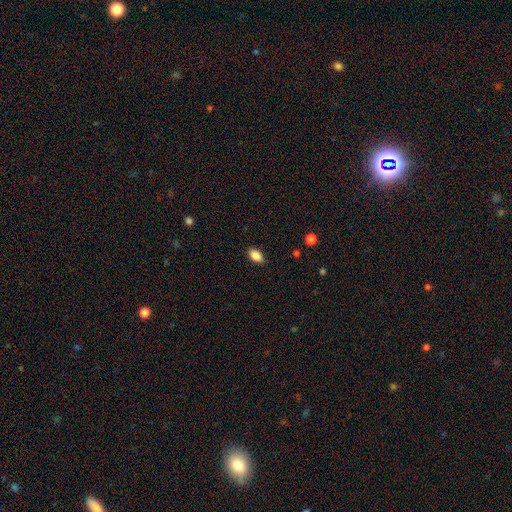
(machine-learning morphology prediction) A smooth galaxy with no disk features (87%) that is in between round and cigar-shaped (91%).

Vote fractions:
- Smooth or featured? smooth: 87% / star or artifact: 8% / featured or disk: 5%
- How rounded? in between: 91% / round: 6% / cigar-shaped: 3%
- Merging? none: 88% / minor disturbance: 9% / major disturbance: 2% / merger: 1%